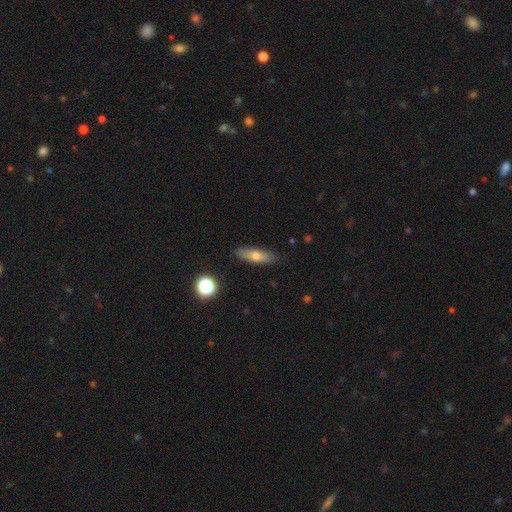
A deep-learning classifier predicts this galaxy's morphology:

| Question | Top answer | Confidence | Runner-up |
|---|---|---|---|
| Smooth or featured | smooth | 64% | featured or disk (28%) |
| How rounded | cigar-shaped | 52% | in between (44%) |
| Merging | none | 86% | minor disturbance (10%) |